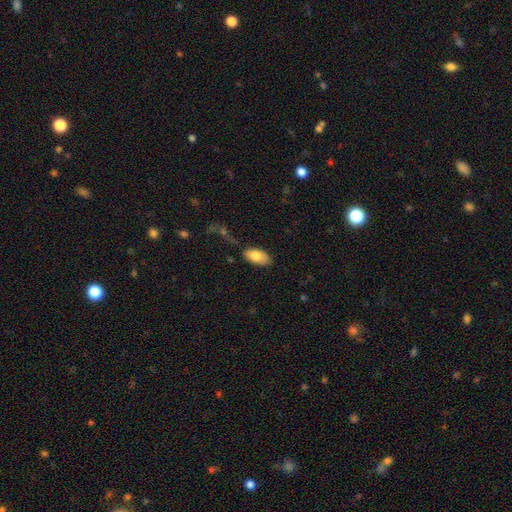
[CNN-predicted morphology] type=smooth (80%); roundness=in between (94%); merging=none (71%).